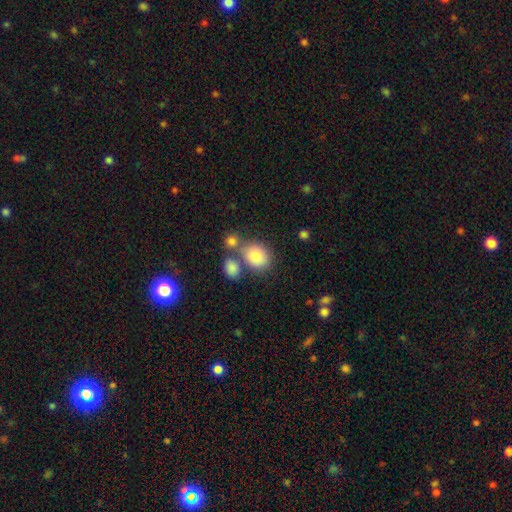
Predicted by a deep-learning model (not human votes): This appears to be a smooth galaxy with no disk features (80%) that is in between round and cigar-shaped (50%). Merging: none (54%).